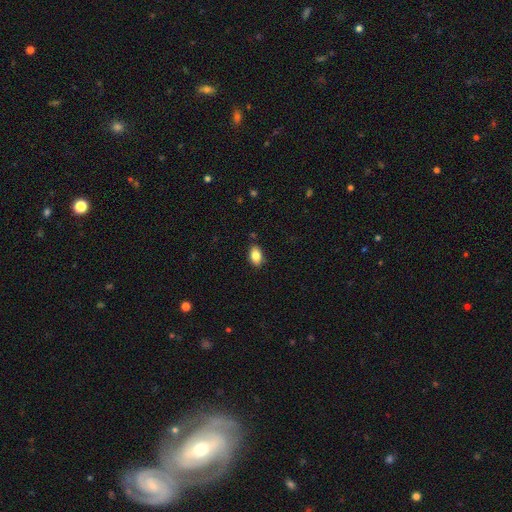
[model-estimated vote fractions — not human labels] Smooth or featured? Predicted: smooth (p=0.85). How rounded? Predicted: in between (p=0.90). Merging? Predicted: none (p=0.85).